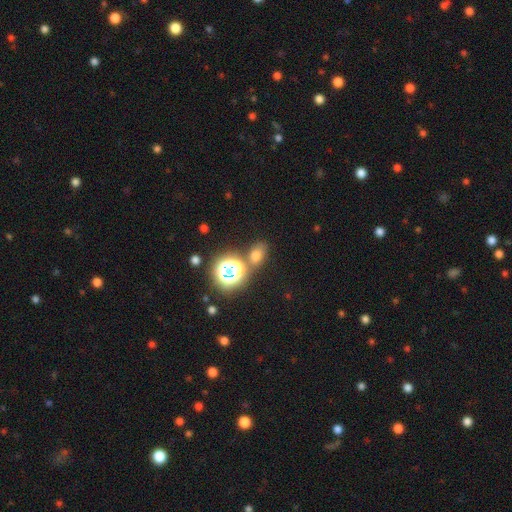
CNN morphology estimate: Q: Smooth or featured?
A: smooth (60%); runner-up: star or artifact (31%)
Q: How rounded?
A: in between (64%); runner-up: round (34%)
Q: Merging?
A: none (68%); runner-up: merger (15%)